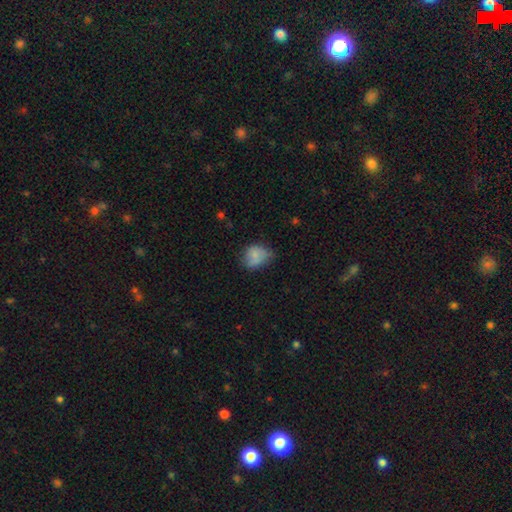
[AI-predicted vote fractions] This appears to be a smooth galaxy with no disk features (75%) that is round (52%). Merging: none (47%).